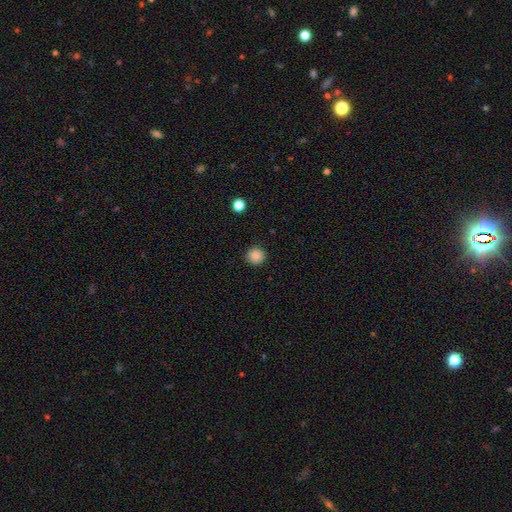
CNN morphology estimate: smooth_or_featured: smooth (p=0.87) [alt: star or artifact p=0.10]
how_rounded: round (p=0.93) [alt: in between p=0.06]
merging: none (p=0.91) [alt: minor disturbance p=0.06]